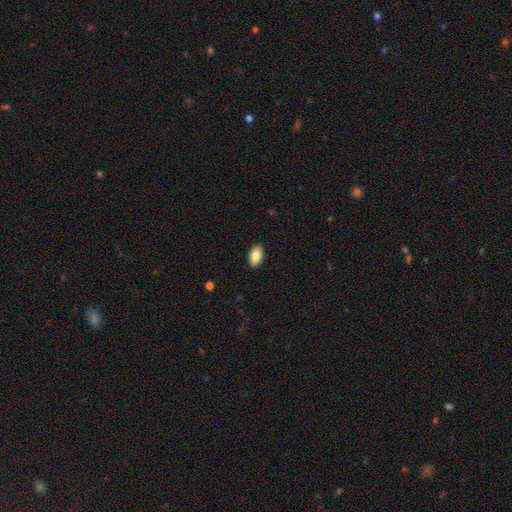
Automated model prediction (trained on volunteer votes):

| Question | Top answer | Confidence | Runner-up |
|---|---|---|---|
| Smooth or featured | smooth | 84% | featured or disk (9%) |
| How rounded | in between | 94% | round (4%) |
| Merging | none | 90% | minor disturbance (7%) |